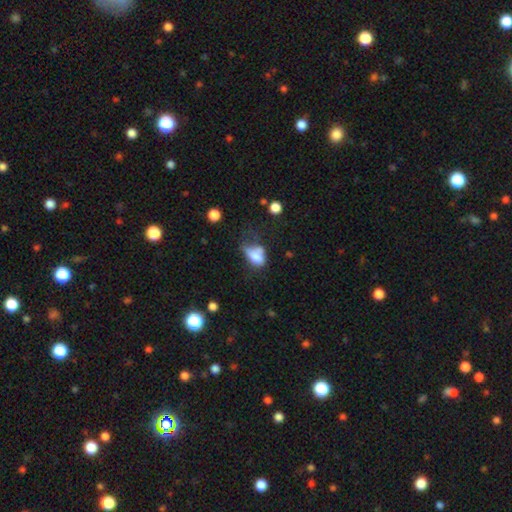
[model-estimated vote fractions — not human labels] This is likely a smooth galaxy (68%). How rounded: clearly in between (82%). Merging: marginally major disturbance (35%).